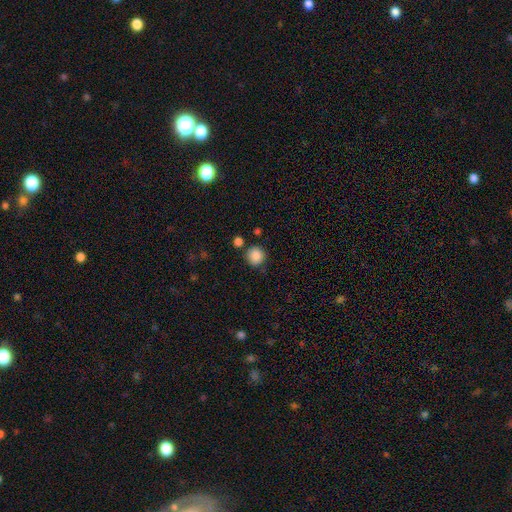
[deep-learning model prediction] This is clearly a smooth galaxy (87%). How rounded: clearly round (91%). Merging: clearly none (81%).